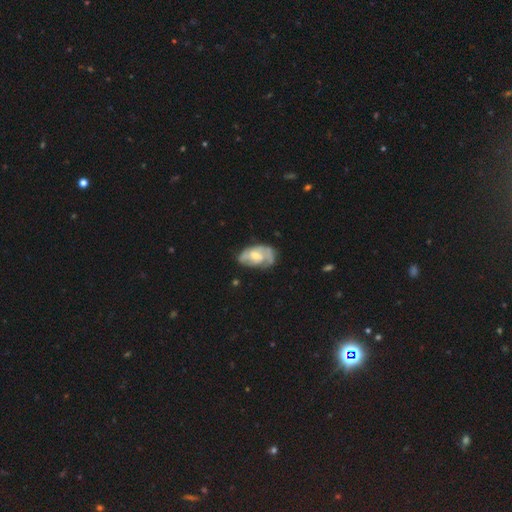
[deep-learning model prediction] This appears to be a featured or disk galaxy (66%) with no bar (56%), spiral arms (72%) and a moderate central bulge (49%). Merging: none (45%).